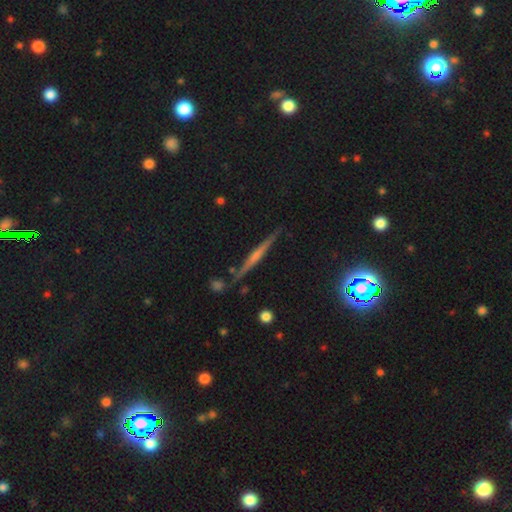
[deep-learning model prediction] smooth-or-featured: featured or disk: 63% | smooth: 21% | star or artifact: 16%
  disk-edge-on: yes: 95% | no: 5%
    edge-on-bulge: rounded: 64% | none: 25% | boxy: 11%
  merging: none: 86% | minor disturbance: 9% | merger: 3% | major disturbance: 2%